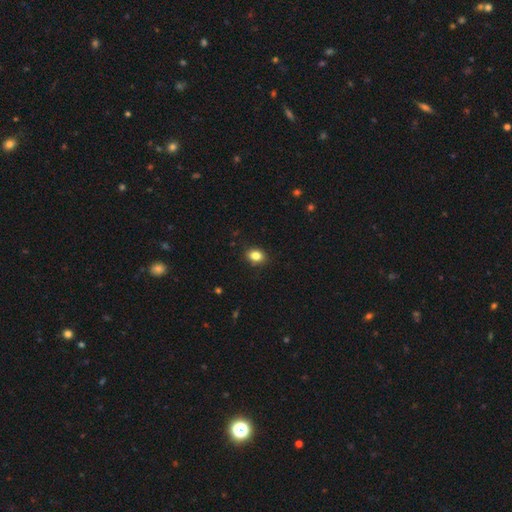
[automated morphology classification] type=smooth (85%); roundness=in between (58%); merging=none (89%).